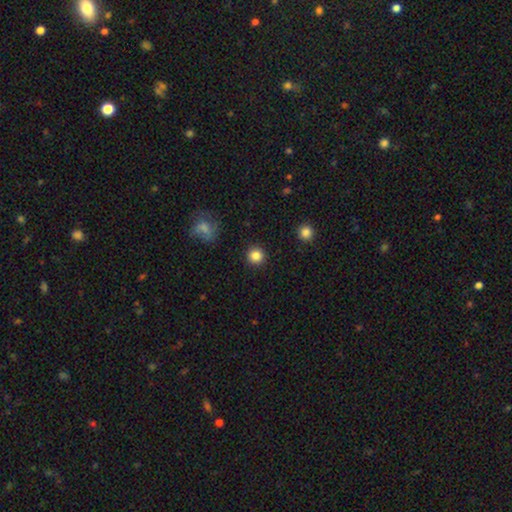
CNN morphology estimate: Smooth or featured? smooth (85%)
How rounded? round (94%)
Merging? none (92%)